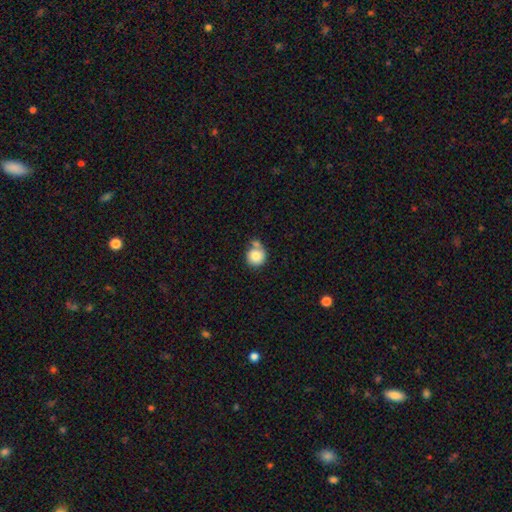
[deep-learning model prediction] smooth 82%, featured or disk 10%, star or artifact 8%. Down the decision tree: how rounded — round (91%); merging — none (49%).